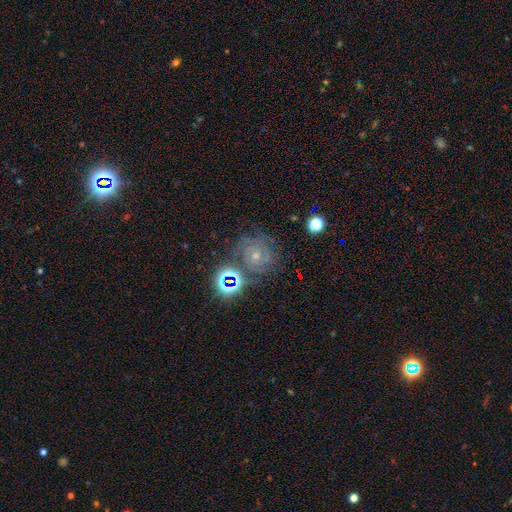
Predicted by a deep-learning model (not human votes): The model was most divided on "bulge size": small: 48%, moderate: 44%, none: 4%, large: 3%, dominant: 1%. Remaining: edge-on disk — no (97%); spiral arms — yes (94%); spiral winding — tight (72%); bar — no (71%); smooth or featured — featured or disk (68%); merging — none (64%); spiral arm count — 2 (32%).